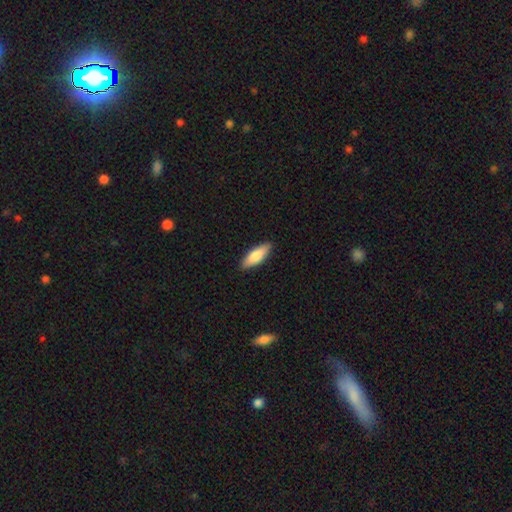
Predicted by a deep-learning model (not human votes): smooth 80%, featured or disk 14%, star or artifact 5%. Down the decision tree: how rounded — in between (60%); merging — none (89%).